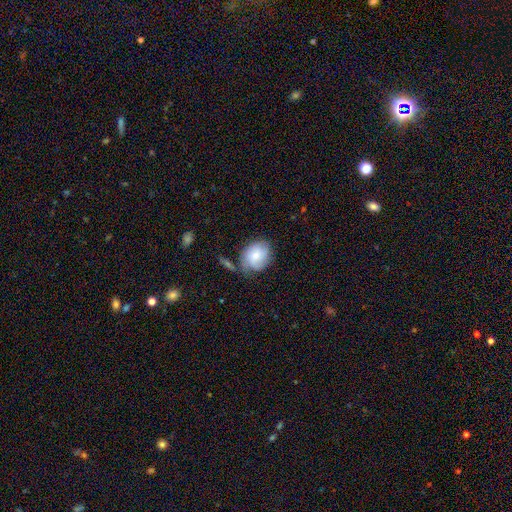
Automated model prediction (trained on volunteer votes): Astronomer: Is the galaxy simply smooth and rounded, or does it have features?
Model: smooth — 63%.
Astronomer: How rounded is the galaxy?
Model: round — 62%.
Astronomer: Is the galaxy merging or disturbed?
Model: none — 57%.